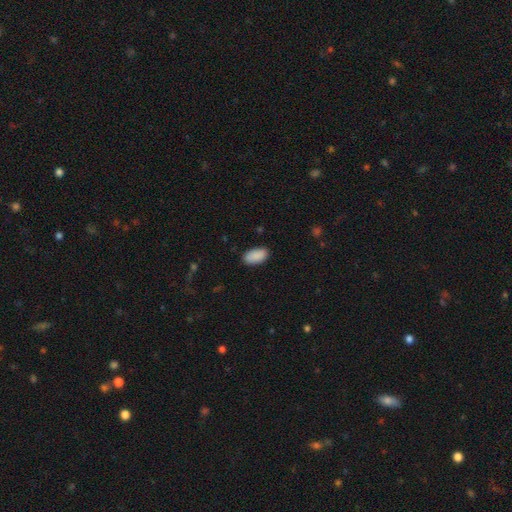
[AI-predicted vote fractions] Q: Smooth or featured?
A: smooth (90%); runner-up: star or artifact (7%)
Q: How rounded?
A: in between (95%); runner-up: cigar-shaped (3%)
Q: Merging?
A: none (86%); runner-up: minor disturbance (10%)